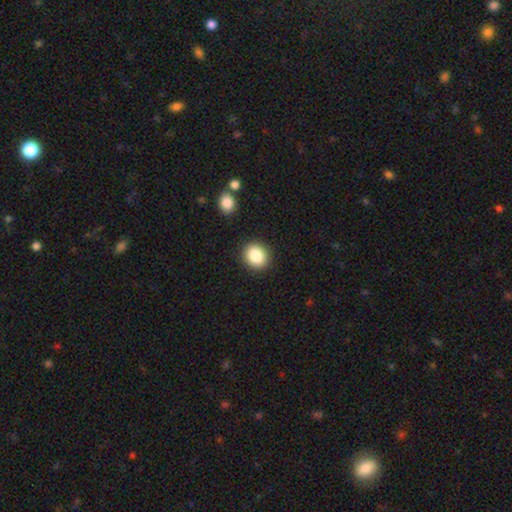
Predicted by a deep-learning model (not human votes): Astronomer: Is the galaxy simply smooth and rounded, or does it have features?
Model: smooth — 86%.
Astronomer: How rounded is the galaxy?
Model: round — 74%.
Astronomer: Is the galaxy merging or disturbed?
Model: none — 89%.